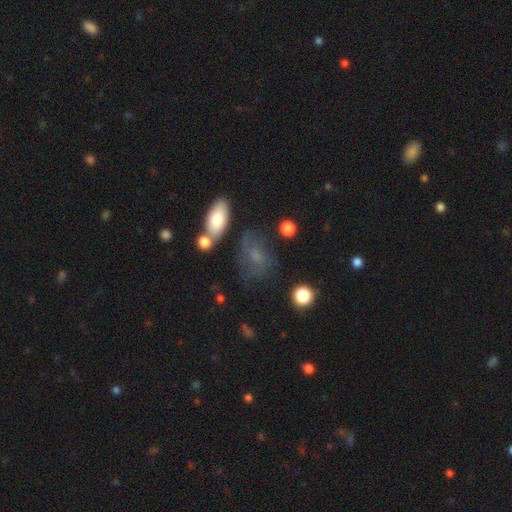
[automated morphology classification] type=smooth (56%); roundness=in between (63%); merging=none (50%).